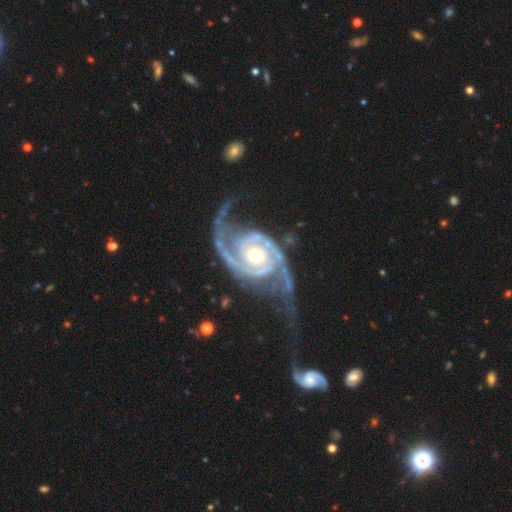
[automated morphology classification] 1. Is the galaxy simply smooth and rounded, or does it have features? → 94% featured or disk, 4% star or artifact, 2% smooth.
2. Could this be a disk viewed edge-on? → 98% no, 2% yes.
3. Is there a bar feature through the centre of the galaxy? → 66% no, 22% weak, 12% strong.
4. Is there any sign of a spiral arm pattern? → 99% yes, 1% no.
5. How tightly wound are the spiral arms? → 46% medium, 38% tight, 16% loose.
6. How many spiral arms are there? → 89% 2, 3% 3, 2% can't tell, 2% 1, 2% 4, 2% more than 4.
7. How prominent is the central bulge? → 55% moderate, 40% small, 4% large, 1% none, 1% dominant.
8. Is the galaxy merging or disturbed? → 58% none, 20% minor disturbance, 19% major disturbance, 3% merger.